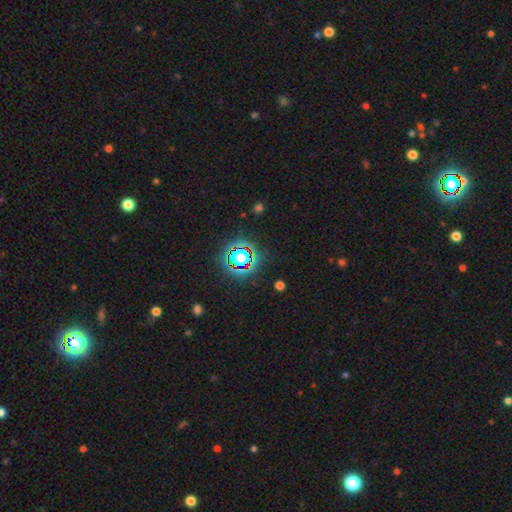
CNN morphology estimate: Smooth or featured? star or artifact (81%)